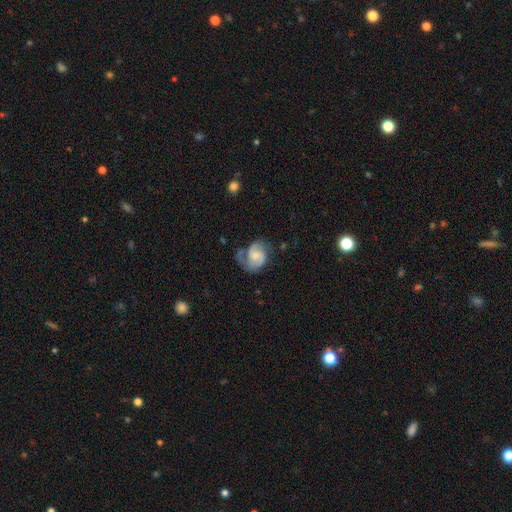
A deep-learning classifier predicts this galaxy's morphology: Smooth or featured: featured or disk — 72% (smooth — 21%)
Edge-on disk: no — 98% (yes — 2%)
Bar: no — 53% (weak — 40%)
Spiral arms: yes — 93% (no — 7%)
Spiral winding: medium — 47% (tight — 29%)
Spiral arm count: 2 — 76% (1 — 11%)
Bulge size: small — 43% (moderate — 31%)
Merging: none — 51% (minor disturbance — 26%)